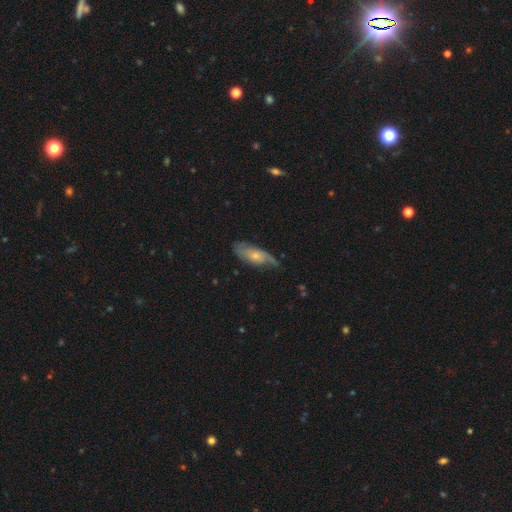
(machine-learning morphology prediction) This appears to be a featured or disk galaxy (55%). Merging: none (56%).